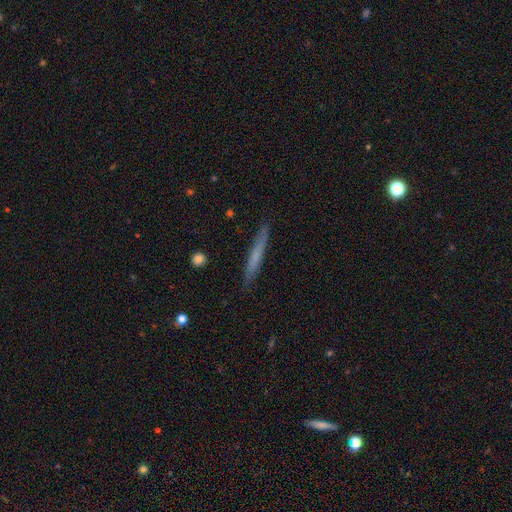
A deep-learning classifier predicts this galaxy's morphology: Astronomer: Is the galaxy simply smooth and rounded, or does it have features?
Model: smooth — 58% (runner-up: featured or disk, 36%).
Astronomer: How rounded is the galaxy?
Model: cigar-shaped — 96%.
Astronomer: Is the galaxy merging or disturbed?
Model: none — 88%.